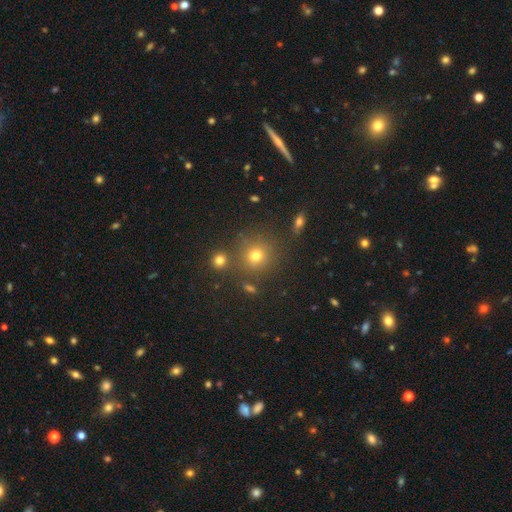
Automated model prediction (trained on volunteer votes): A smooth galaxy with no disk features (72%) that is round (91%).

Vote fractions:
- Smooth or featured? smooth: 72% / star or artifact: 19% / featured or disk: 9%
- How rounded? round: 91% / in between: 8% / cigar-shaped: 1%
- Merging? none: 78% / minor disturbance: 9% / merger: 9% / major disturbance: 4%